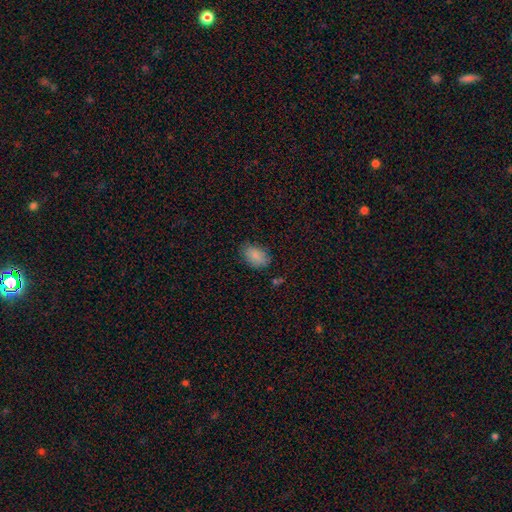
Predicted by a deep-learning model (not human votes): Smooth or featured?
  - smooth: 85% *
  - star or artifact: 8%
  - featured or disk: 7%
How rounded?
  - in between: 87% *
  - round: 12%
  - cigar-shaped: 1%
Merging?
  - none: 77% *
  - minor disturbance: 18%
  - major disturbance: 4%
  - merger: 2%